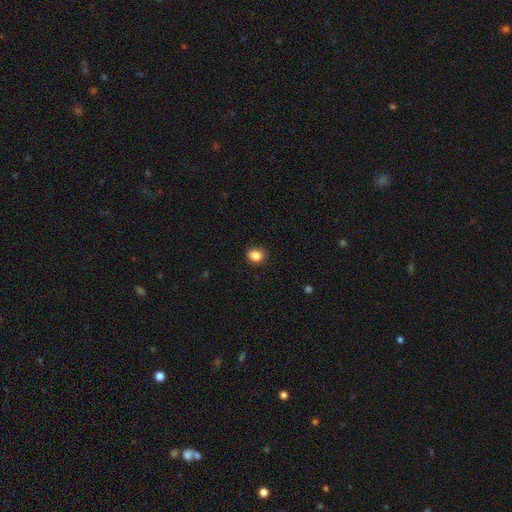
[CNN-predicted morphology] smooth_or_featured: smooth (p=0.85) [alt: star or artifact p=0.10]
how_rounded: round (p=0.58) [alt: in between p=0.41]
merging: none (p=0.87) [alt: minor disturbance p=0.10]